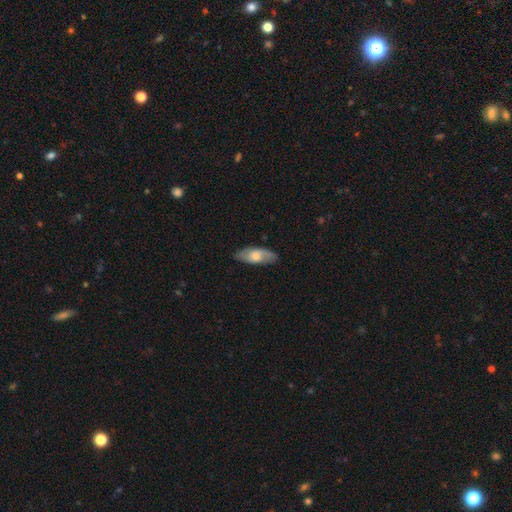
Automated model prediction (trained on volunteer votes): Smooth or featured? smooth (64%)
How rounded? in between (78%)
Merging? none (81%)